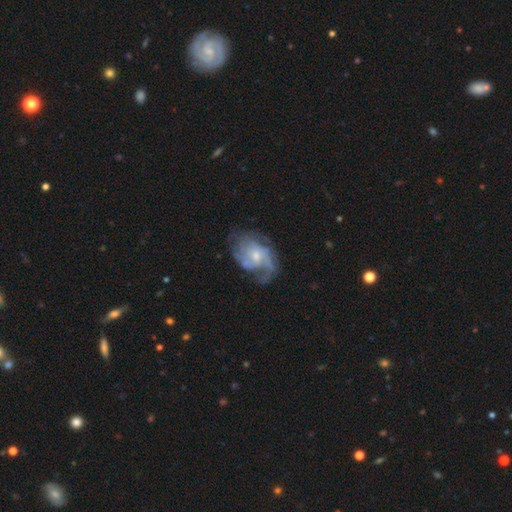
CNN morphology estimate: A featured or disk galaxy (80%) with no bar (64%), medium (43%) spiral arms (91%) and a small central bulge (59%).

Vote fractions:
- Smooth or featured? featured or disk: 80% / smooth: 13% / star or artifact: 6%
- Edge-on disk? no: 97% / yes: 3%
- Bar? no: 64% / weak: 32% / strong: 4%
- Spiral arms? yes: 91% / no: 9%
- Spiral winding? medium: 43% / tight: 32% / loose: 25%
- Spiral arm count? can't tell: 32% / 2: 26% / 3: 20% / 1: 9% / 4: 8% / more than 4: 5%
- Bulge size? small: 59% / moderate: 33% / none: 4% / large: 3% / dominant: 1%
- Merging? none: 56% / minor disturbance: 22% / major disturbance: 20% / merger: 2%